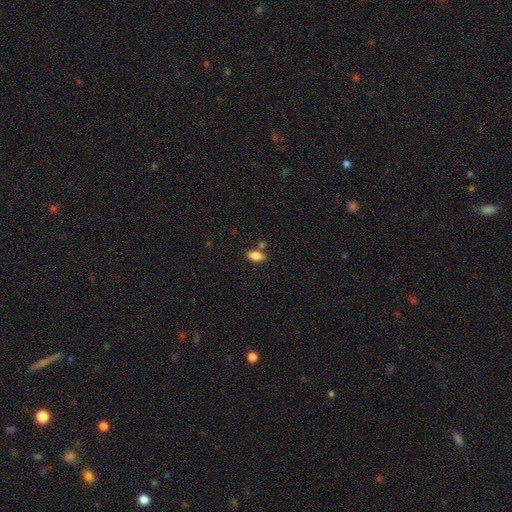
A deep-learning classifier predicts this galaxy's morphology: Q: Smooth or featured?
A: smooth (82%); runner-up: featured or disk (10%)
Q: How rounded?
A: in between (90%); runner-up: cigar-shaped (6%)
Q: Merging?
A: none (74%); runner-up: minor disturbance (12%)